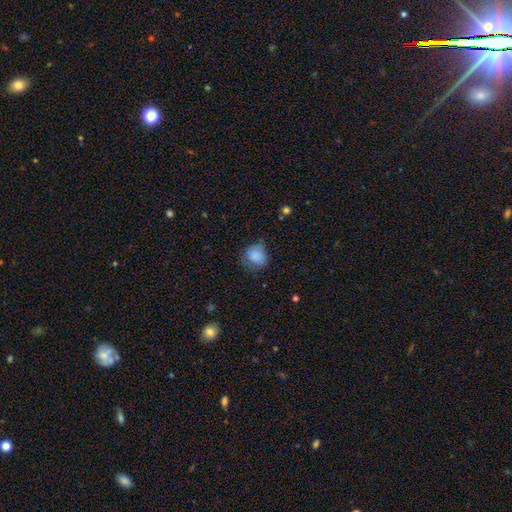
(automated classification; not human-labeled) A smooth galaxy with no disk features (81%) that is round (68%). Merging: none (51%).